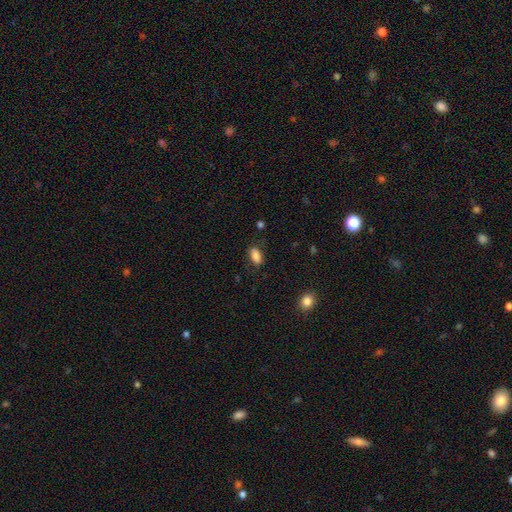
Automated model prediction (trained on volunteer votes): This is clearly a smooth galaxy (85%). How rounded: clearly in between (89%). Merging: likely none (78%).